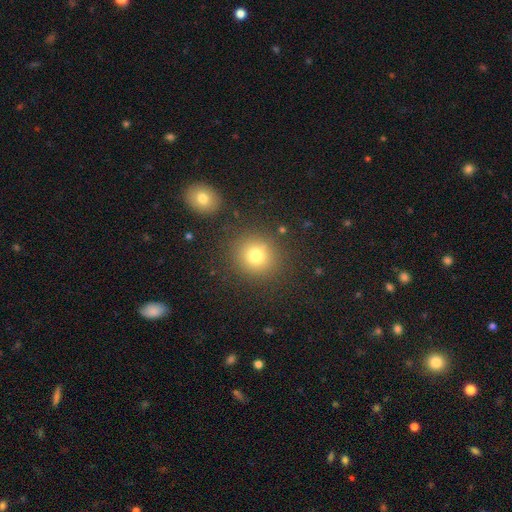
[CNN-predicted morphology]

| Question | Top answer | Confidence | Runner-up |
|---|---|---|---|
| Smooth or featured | smooth | 76% | star or artifact (14%) |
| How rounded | round | 88% | in between (11%) |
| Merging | none | 86% | minor disturbance (8%) |